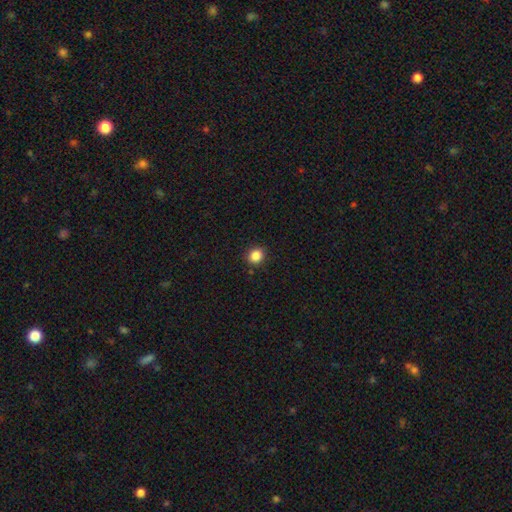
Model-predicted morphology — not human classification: This is clearly a smooth galaxy (86%). How rounded: likely round (78%). Merging: clearly none (89%).